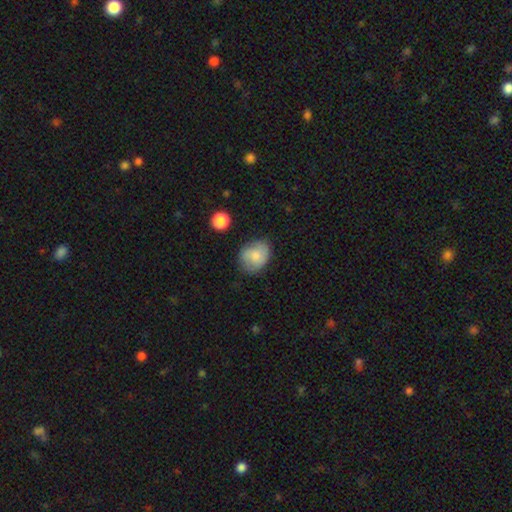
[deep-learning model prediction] This is likely a smooth galaxy (66%). How rounded: possibly round (51%). Merging: likely none (68%).